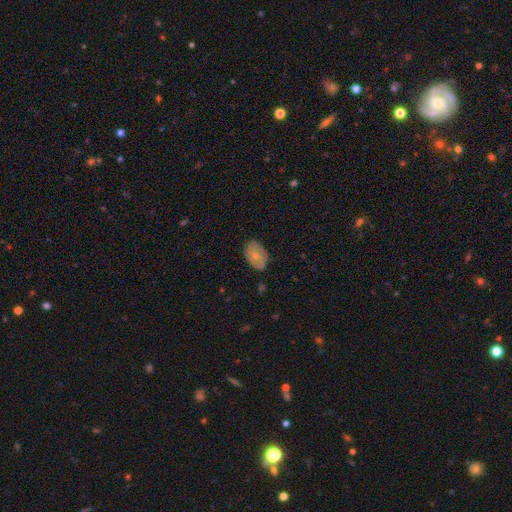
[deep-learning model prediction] A smooth galaxy with no disk features (63%) that is in between round and cigar-shaped (85%). Merging: none (74%).